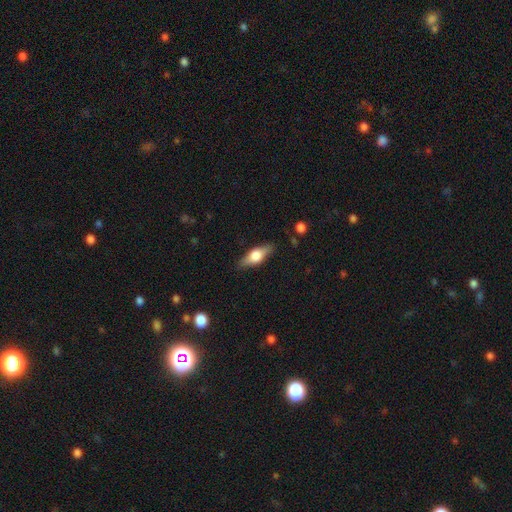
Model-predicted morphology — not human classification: Smooth or featured? smooth (48%)
Merging? none (85%)